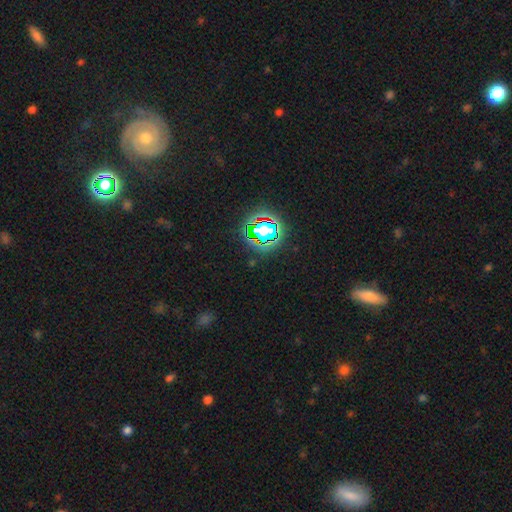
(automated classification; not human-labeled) Smooth or featured? star or artifact (75%)